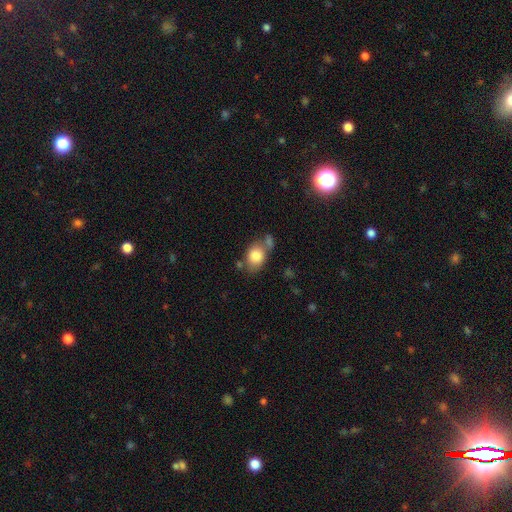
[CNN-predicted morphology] The model was most divided on "how rounded": in between: 60%, round: 38%, cigar-shaped: 1%. More confident: smooth or featured — smooth (82%); merging — none (51%).